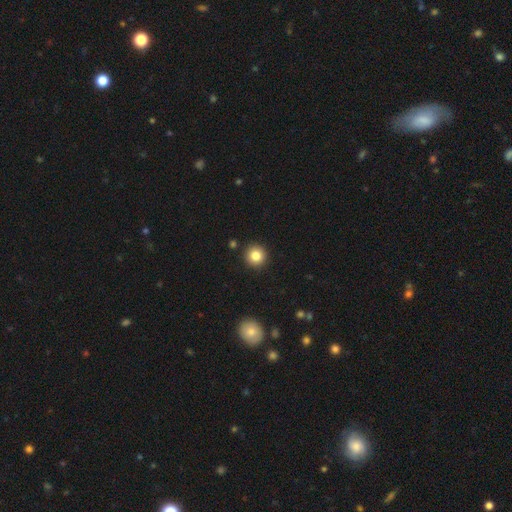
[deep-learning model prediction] This appears to be a smooth galaxy with no disk features (83%) that is round (95%). Merging: none (91%).